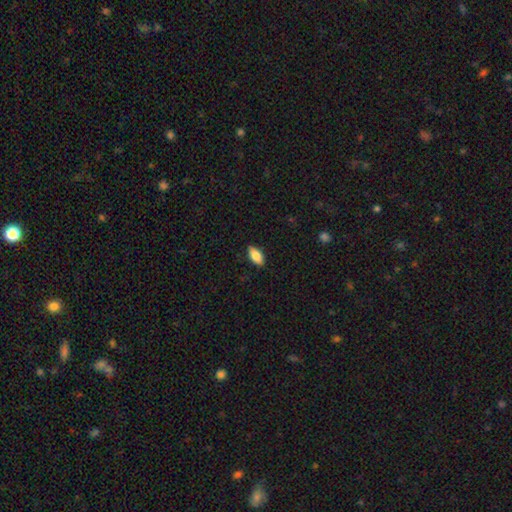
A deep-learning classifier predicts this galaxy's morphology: Smooth or featured? smooth (82%)
How rounded? in between (90%)
Merging? none (88%)